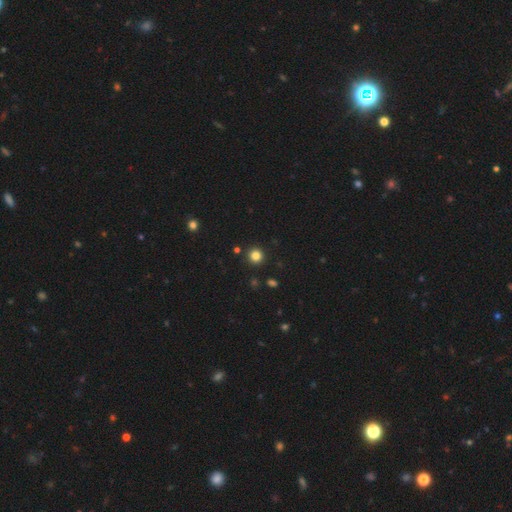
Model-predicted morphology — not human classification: The model was most divided on "smooth or featured": smooth: 83%, star or artifact: 13%, featured or disk: 4%. More confident: how rounded — round (94%); merging — none (91%).